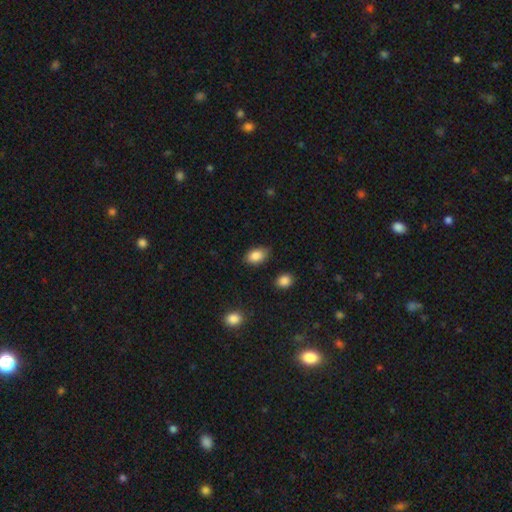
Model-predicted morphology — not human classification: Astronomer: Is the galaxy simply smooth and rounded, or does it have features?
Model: smooth — 86%.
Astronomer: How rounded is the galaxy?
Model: in between — 87%.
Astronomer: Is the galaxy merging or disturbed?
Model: none — 79%.